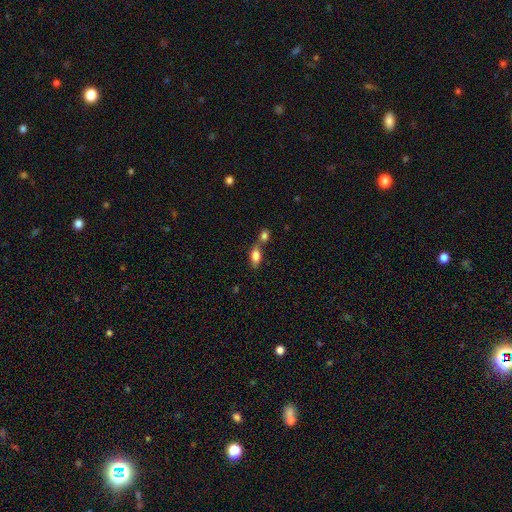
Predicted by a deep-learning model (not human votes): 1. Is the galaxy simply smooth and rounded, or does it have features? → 80% smooth, 11% featured or disk, 8% star or artifact.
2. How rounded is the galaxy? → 84% in between, 9% cigar-shaped, 7% round.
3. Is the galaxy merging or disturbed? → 46% merger, 40% none, 10% minor disturbance, 4% major disturbance.